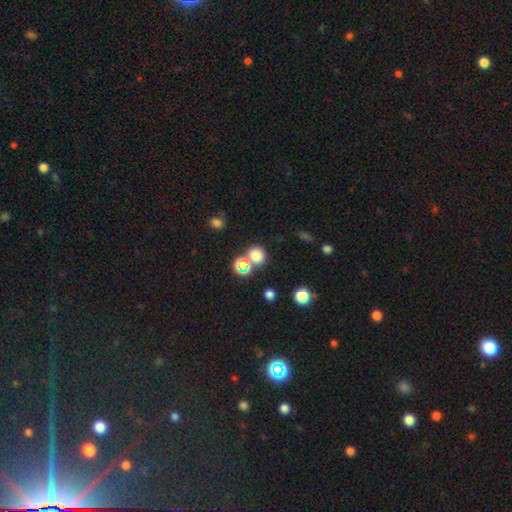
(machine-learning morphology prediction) smooth-or-featured: smooth: 73% | star or artifact: 21% | featured or disk: 7%
  how-rounded: round: 81% | in between: 18% | cigar-shaped: 1%
  merging: none: 66% | merger: 21% | minor disturbance: 9% | major disturbance: 4%